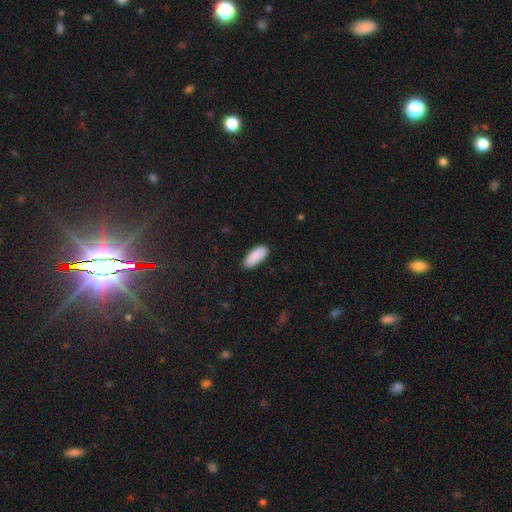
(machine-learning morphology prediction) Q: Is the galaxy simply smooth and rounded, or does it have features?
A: smooth — 90%.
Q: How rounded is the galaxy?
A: in between — 81%.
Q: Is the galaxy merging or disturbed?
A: none — 87%.